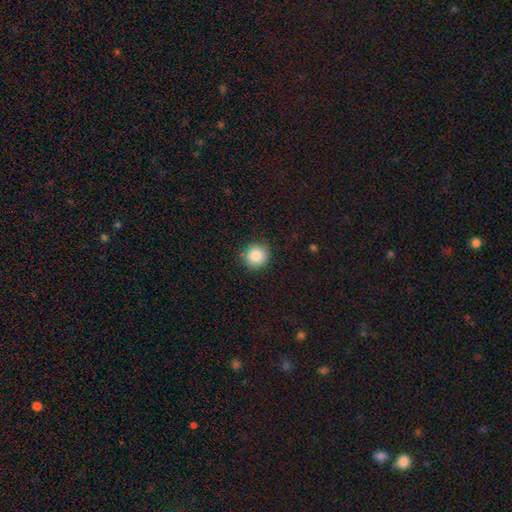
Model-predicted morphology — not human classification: A smooth galaxy with no disk features (86%) that is round (93%).

Vote fractions:
- Smooth or featured? smooth: 86% / star or artifact: 10% / featured or disk: 5%
- How rounded? round: 93% / in between: 6% / cigar-shaped: 1%
- Merging? none: 88% / minor disturbance: 8% / major disturbance: 2% / merger: 1%